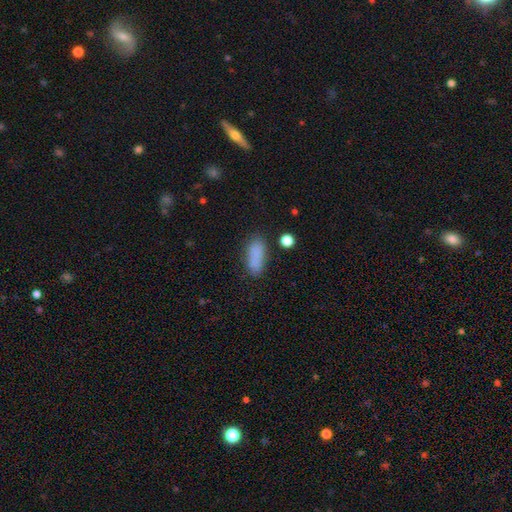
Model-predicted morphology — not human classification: A smooth galaxy with no disk features (84%) that is in between round and cigar-shaped (73%). Merging: none (73%).